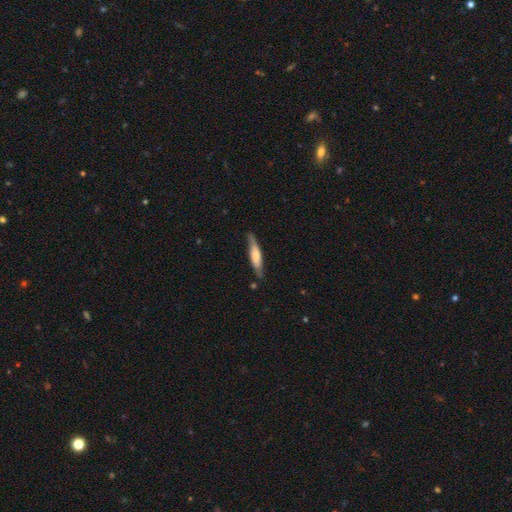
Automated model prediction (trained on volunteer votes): Smooth or featured? Predicted: smooth (p=0.50). How rounded? Predicted: cigar-shaped (p=0.84). Merging? Predicted: none (p=0.76).